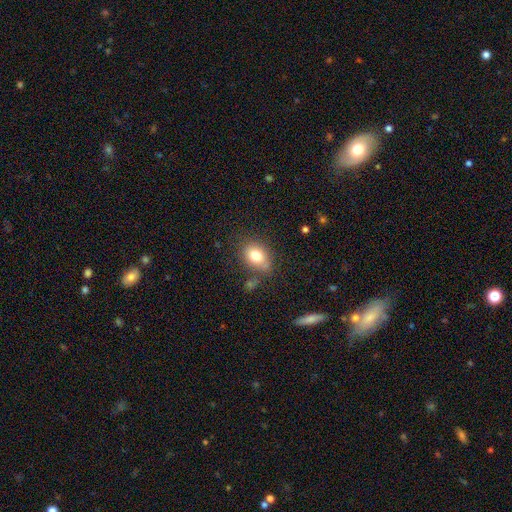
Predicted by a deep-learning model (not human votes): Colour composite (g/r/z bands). It shows a smooth galaxy with no disk features (78%) that is in between round and cigar-shaped (66%). Merging: none (70%).